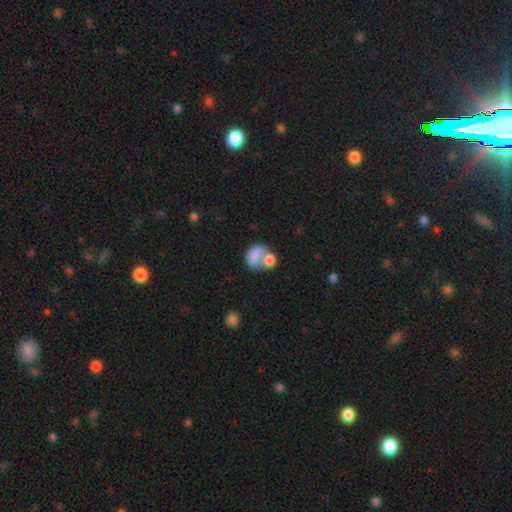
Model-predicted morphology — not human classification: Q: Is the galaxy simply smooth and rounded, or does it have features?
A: smooth — 75%.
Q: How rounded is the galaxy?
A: in between — 66%.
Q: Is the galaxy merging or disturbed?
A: merger — 59%.